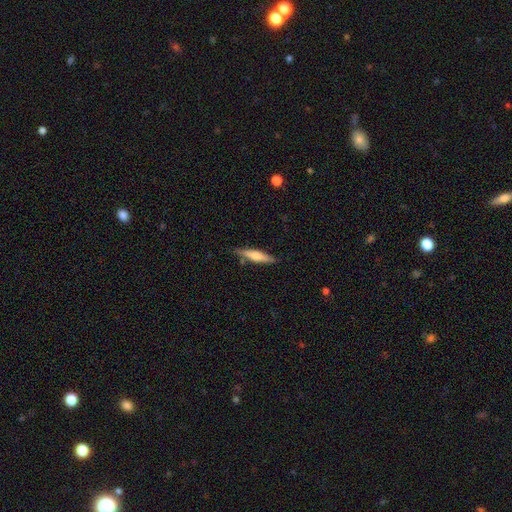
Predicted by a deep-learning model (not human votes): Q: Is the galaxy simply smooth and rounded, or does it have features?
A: smooth — 47%, tied with featured or disk.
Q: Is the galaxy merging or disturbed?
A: none — 82%.